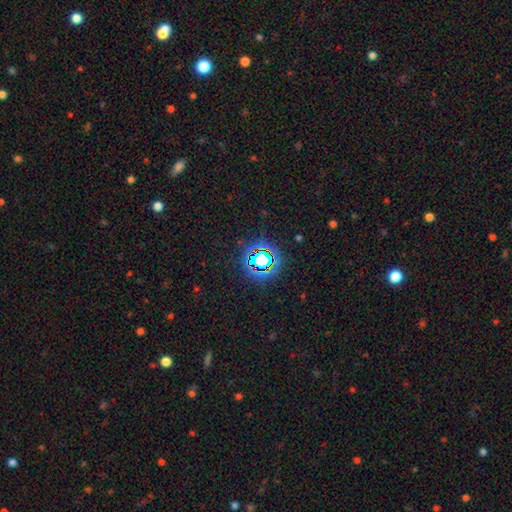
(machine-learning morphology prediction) Smooth or featured: star or artifact — 79% (smooth — 14%)